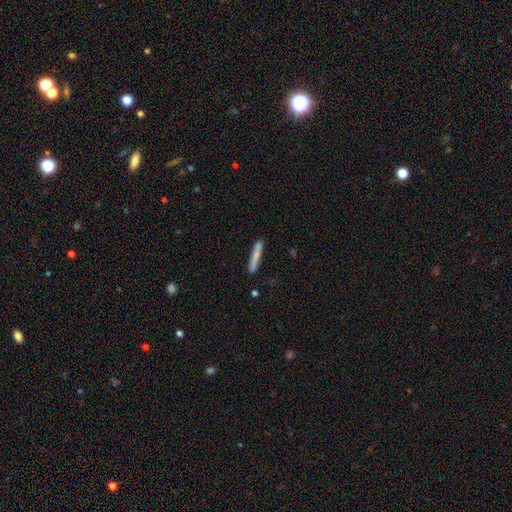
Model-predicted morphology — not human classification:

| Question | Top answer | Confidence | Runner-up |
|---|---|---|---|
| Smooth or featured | smooth | 73% | featured or disk (21%) |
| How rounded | cigar-shaped | 95% | in between (4%) |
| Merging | none | 83% | minor disturbance (11%) |